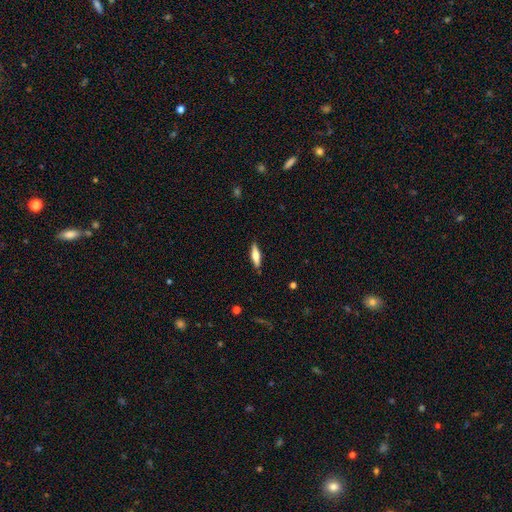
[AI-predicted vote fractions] Smooth or featured? smooth (62%)
How rounded? cigar-shaped (64%)
Merging? none (88%)